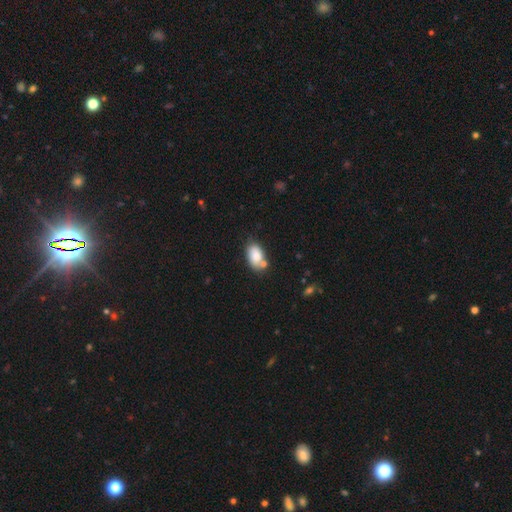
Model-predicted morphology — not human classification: smooth 80%, featured or disk 12%, star or artifact 7%. Down the decision tree: how rounded — in between (91%); merging — none (56%).